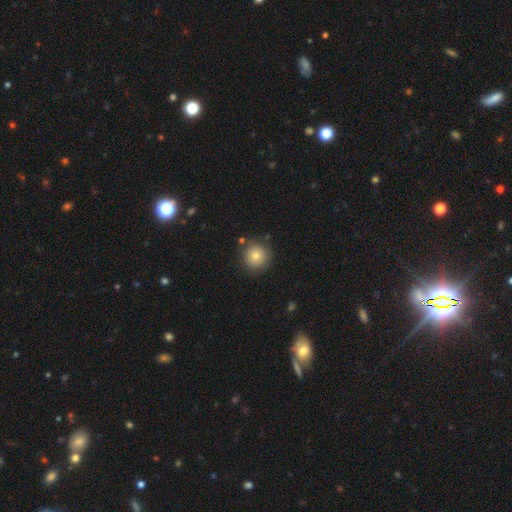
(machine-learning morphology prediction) type=smooth (78%); roundness=round (95%); merging=none (86%).